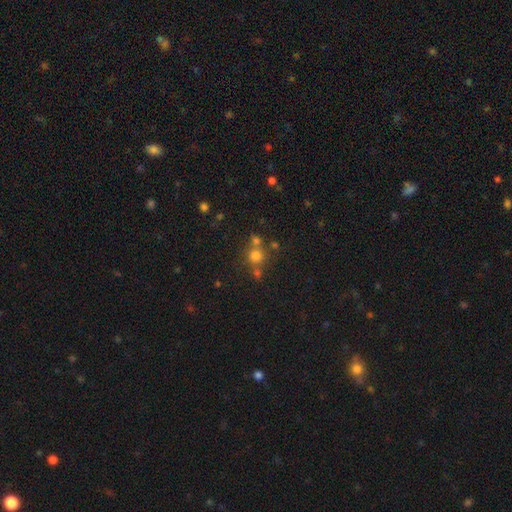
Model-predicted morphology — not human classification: smooth 71%, star or artifact 19%, featured or disk 10%. Down the decision tree: how rounded — round (90%); merging — none (63%).